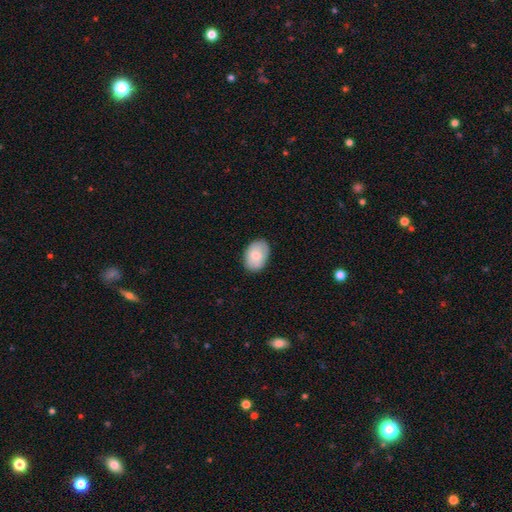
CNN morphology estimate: Overall: smooth (79%). How rounded: in between (83%). Merging: none (85%).